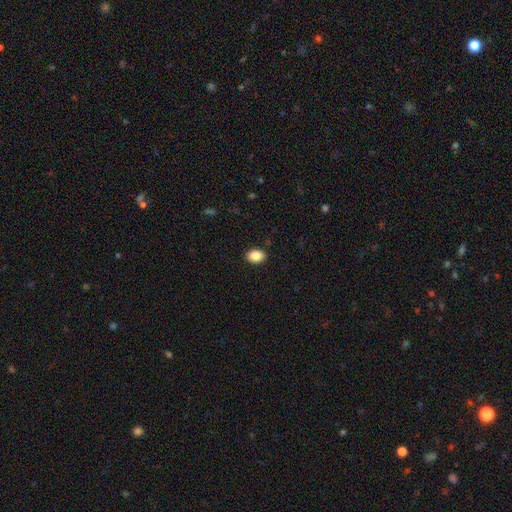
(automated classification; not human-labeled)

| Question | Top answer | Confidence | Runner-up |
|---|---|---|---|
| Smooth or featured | smooth | 86% | star or artifact (8%) |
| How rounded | in between | 74% | round (25%) |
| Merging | none | 90% | minor disturbance (7%) |